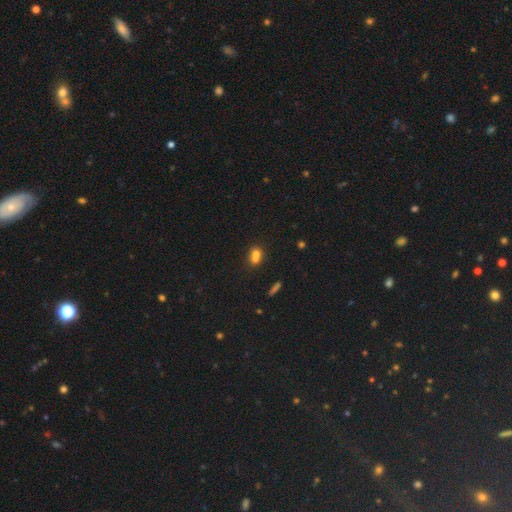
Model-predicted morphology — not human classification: This is likely a smooth galaxy (69%). How rounded: possibly round (52%). Merging: likely merger (62%).